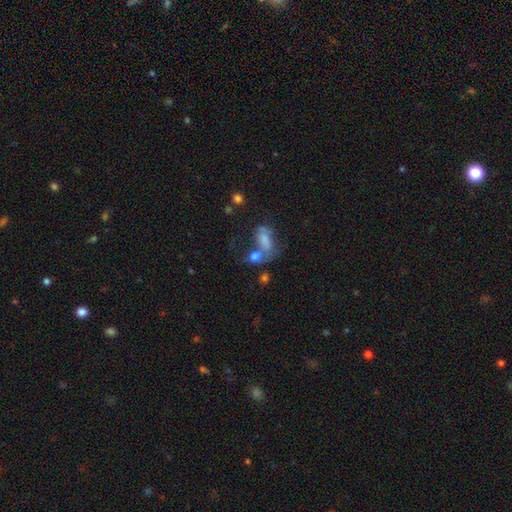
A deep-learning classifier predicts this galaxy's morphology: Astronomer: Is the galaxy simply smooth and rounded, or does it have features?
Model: smooth — 66%.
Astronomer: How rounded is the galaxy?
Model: in between — 77%.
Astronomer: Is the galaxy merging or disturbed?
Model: merger — 47% (runner-up: none, 26%).